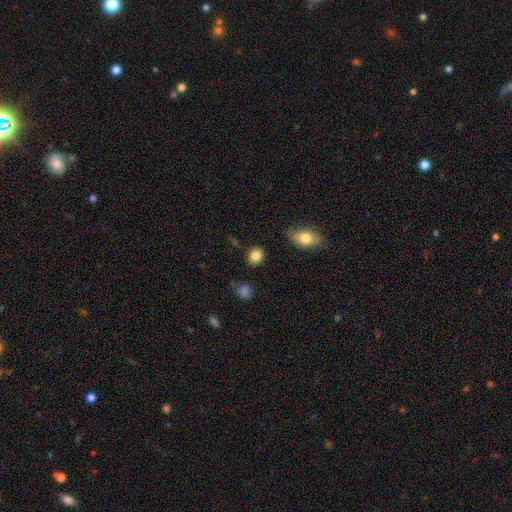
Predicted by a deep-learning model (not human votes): Q: Smooth or featured?
A: smooth (85%); runner-up: star or artifact (9%)
Q: How rounded?
A: round (70%); runner-up: in between (29%)
Q: Merging?
A: none (86%); runner-up: minor disturbance (10%)